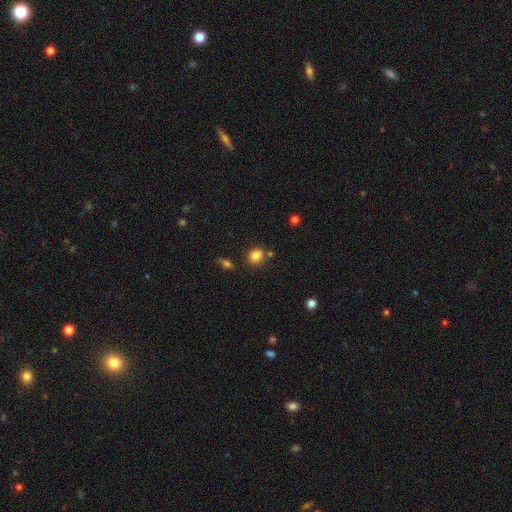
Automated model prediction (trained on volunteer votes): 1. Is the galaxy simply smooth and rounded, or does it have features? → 82% smooth, 12% star or artifact, 7% featured or disk.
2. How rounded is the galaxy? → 64% round, 35% in between, 1% cigar-shaped.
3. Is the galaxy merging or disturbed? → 71% none, 14% minor disturbance, 11% merger, 4% major disturbance.